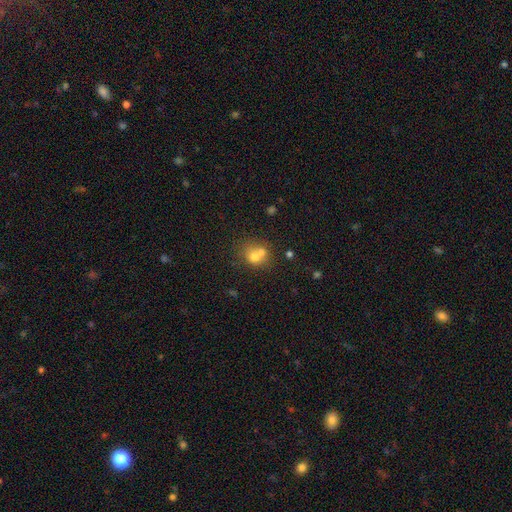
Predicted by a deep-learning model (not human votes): This appears to be a smooth galaxy with no disk features (69%) that is round (74%). Merging: merger (53%).